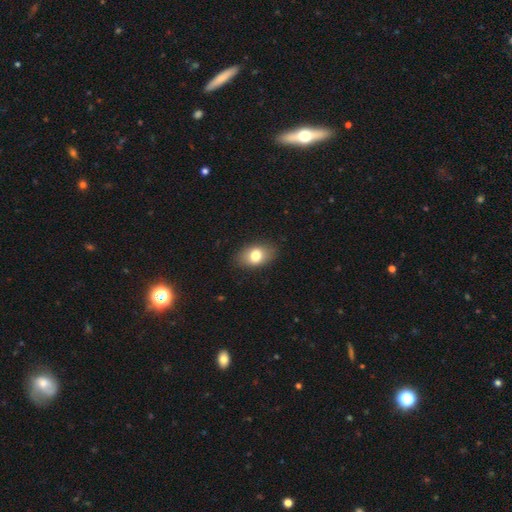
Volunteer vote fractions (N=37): smooth 84%, featured or disk 14%, star or artifact 3%. Down the decision tree: how rounded — in between (87%); merging — none (86%).